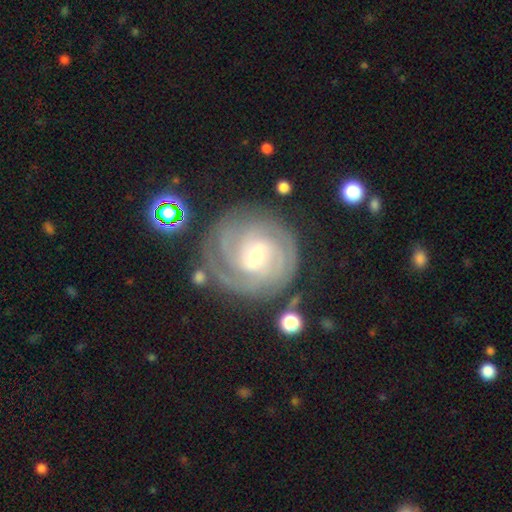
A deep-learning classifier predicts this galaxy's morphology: Q: Smooth or featured?
A: featured or disk (88%); runner-up: smooth (7%)
Q: Edge-on disk?
A: no (98%); runner-up: yes (2%)
Q: Bar?
A: weak (52%); runner-up: no (31%)
Q: Spiral arms?
A: yes (97%); runner-up: no (3%)
Q: Spiral winding?
A: tight (77%); runner-up: medium (20%)
Q: Spiral arm count?
A: 3 (29%); runner-up: can't tell (22%)
Q: Bulge size?
A: small (49%); runner-up: moderate (47%)
Q: Merging?
A: none (77%); runner-up: minor disturbance (15%)